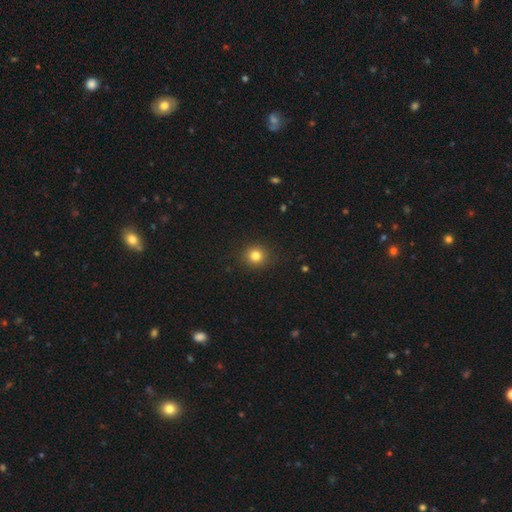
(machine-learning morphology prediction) smooth 81%, star or artifact 13%, featured or disk 6%. Down the decision tree: how rounded — round (90%); merging — none (90%).